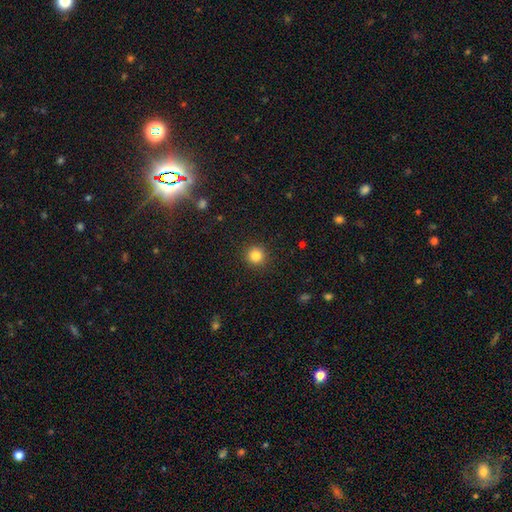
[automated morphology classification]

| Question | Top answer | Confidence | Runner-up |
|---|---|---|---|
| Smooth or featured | smooth | 84% | star or artifact (11%) |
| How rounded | round | 94% | in between (5%) |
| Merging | none | 91% | minor disturbance (6%) |